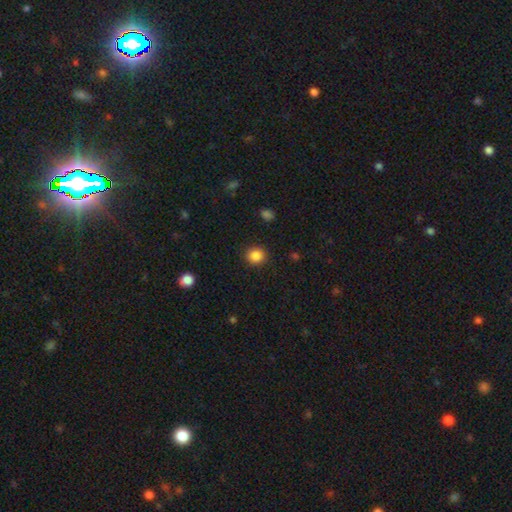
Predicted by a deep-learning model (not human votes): The model was most divided on "how rounded": round: 87%, in between: 12%, cigar-shaped: 1%. More confident: merging — none (91%); smooth or featured — smooth (86%).